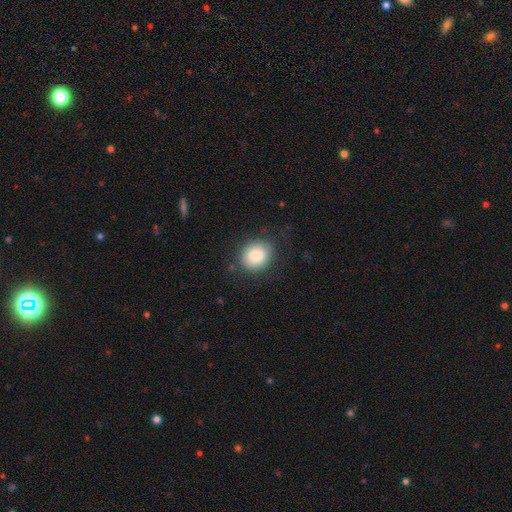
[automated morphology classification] A smooth galaxy with no disk features (84%) that is round (69%).

Vote fractions:
- Smooth or featured? smooth: 84% / featured or disk: 8% / star or artifact: 8%
- How rounded? round: 69% / in between: 30% / cigar-shaped: 1%
- Merging? none: 81% / minor disturbance: 13% / major disturbance: 5% / merger: 1%